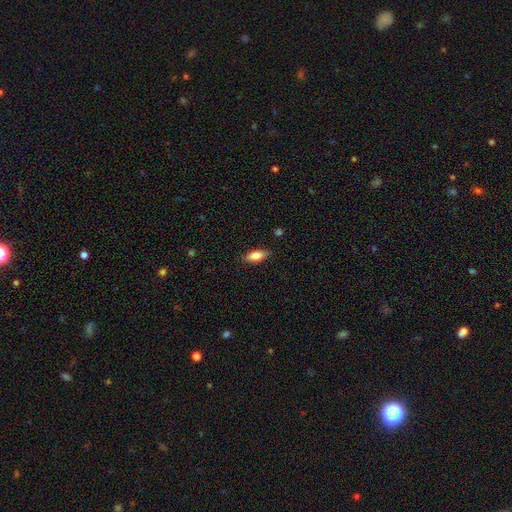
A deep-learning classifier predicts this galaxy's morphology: Overall: smooth (80%). How rounded: in between (79%). Merging: none (86%).